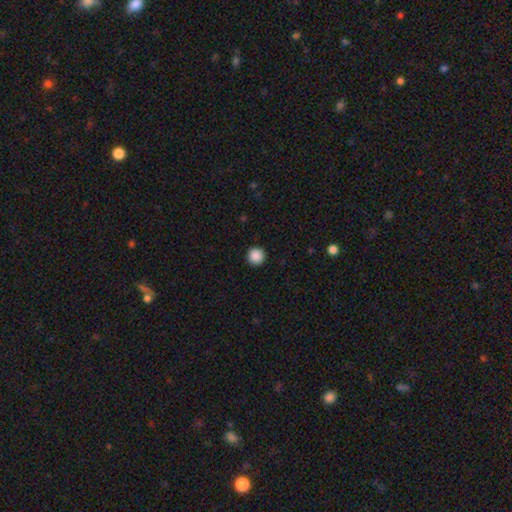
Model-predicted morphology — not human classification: This appears to be a smooth galaxy with no disk features (88%) that is round (96%). Merging: none (93%).